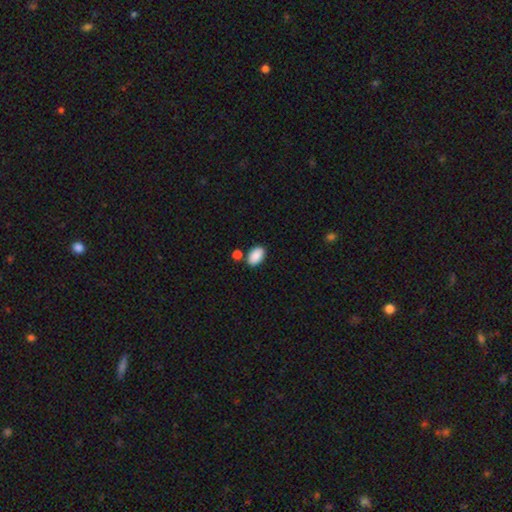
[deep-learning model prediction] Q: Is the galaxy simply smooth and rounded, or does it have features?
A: smooth — 89%.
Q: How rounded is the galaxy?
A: in between — 92%.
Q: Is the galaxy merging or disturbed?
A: none — 76%.